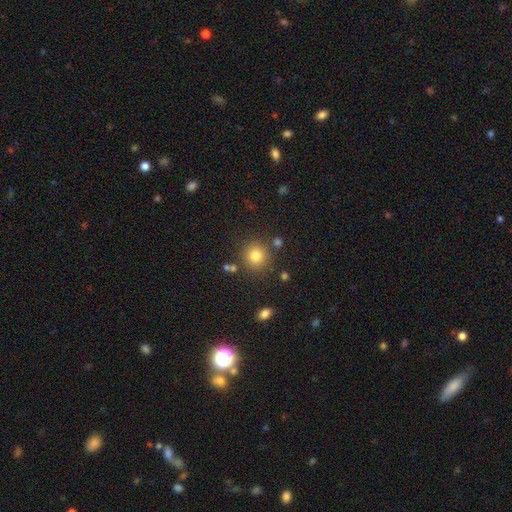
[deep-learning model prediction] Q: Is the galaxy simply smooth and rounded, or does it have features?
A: smooth — 81%.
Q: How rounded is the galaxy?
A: round — 92%.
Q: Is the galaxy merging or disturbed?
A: none — 84%.